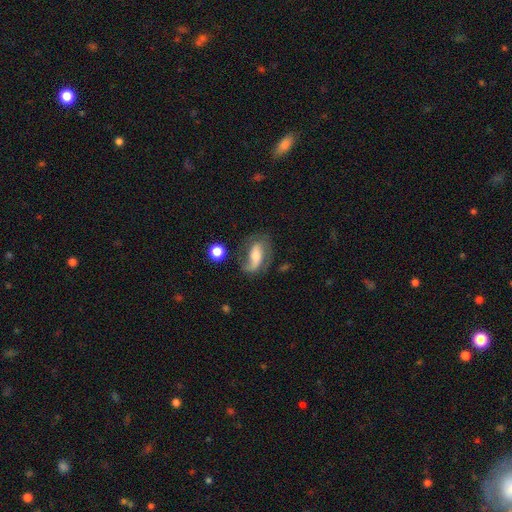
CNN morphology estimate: smooth-or-featured: featured or disk: 69% | smooth: 23% | star or artifact: 8%
  disk-edge-on: no: 94% | yes: 6%
    bar: weak: 35% | no: 34% | strong: 31%
    has-spiral-arms: yes: 90% | no: 10%
      spiral-winding: loose: 45% | medium: 39% | tight: 16%
      spiral-arm-count: 2: 66% | 1: 25% | can't tell: 6% | 3: 1% | 4: 1% | more than 4: 1%
    bulge-size: moderate: 45% | small: 30% | large: 14% | none: 7% | dominant: 3%
  merging: none: 56% | minor disturbance: 21% | major disturbance: 18% | merger: 4%